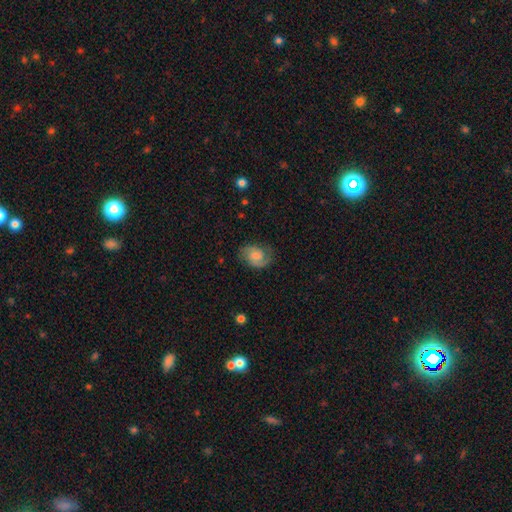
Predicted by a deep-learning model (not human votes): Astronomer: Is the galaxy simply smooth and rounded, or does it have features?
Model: featured or disk — 65%.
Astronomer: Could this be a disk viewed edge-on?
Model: no — 97%.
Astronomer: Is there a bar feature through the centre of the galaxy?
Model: no — 62%.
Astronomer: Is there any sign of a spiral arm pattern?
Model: yes — 94%.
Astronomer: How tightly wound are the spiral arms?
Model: medium — 48% (runner-up: tight, 30%).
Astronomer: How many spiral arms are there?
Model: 2 — 82%.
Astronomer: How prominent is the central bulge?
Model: moderate — 39% (runner-up: small, 34%).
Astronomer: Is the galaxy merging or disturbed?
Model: none — 74%.